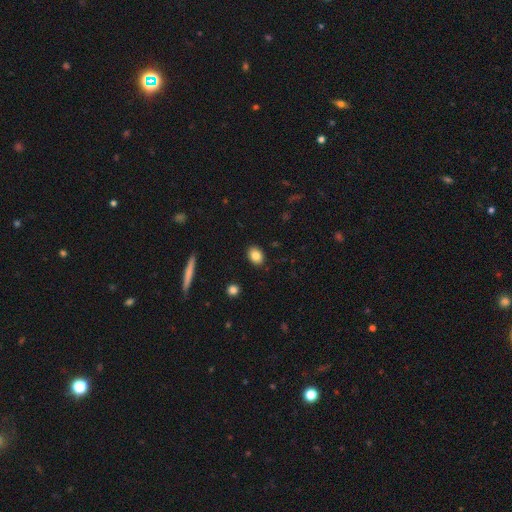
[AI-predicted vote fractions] This appears to be a smooth galaxy with no disk features (84%) that is in between round and cigar-shaped (71%). Merging: none (89%).